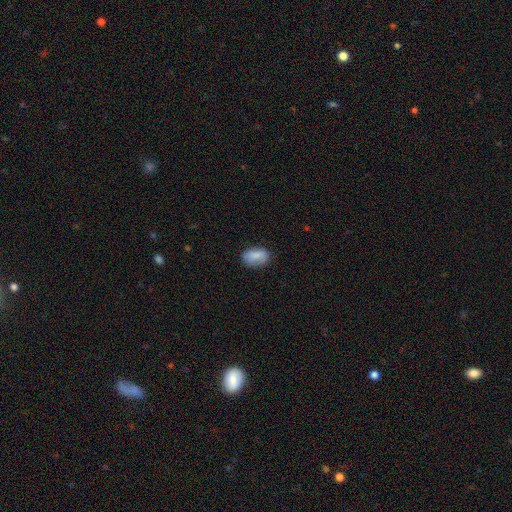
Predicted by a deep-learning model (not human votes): Smooth or featured: smooth — 84% (featured or disk — 8%)
How rounded: in between — 89% (round — 9%)
Merging: none — 73% (minor disturbance — 21%)